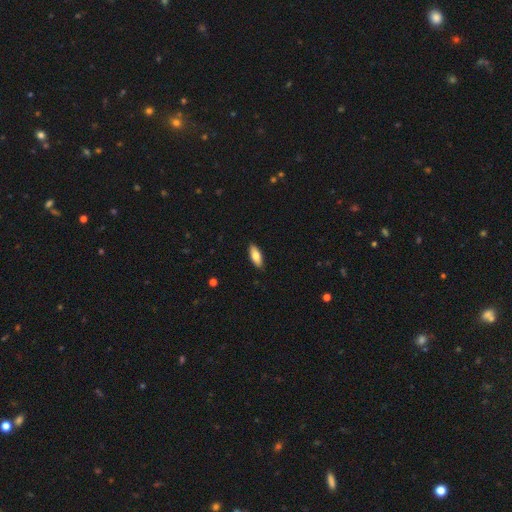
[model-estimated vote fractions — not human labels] Smooth or featured? Predicted: smooth (p=0.80). How rounded? Predicted: in between (p=0.77). Merging? Predicted: none (p=0.89).